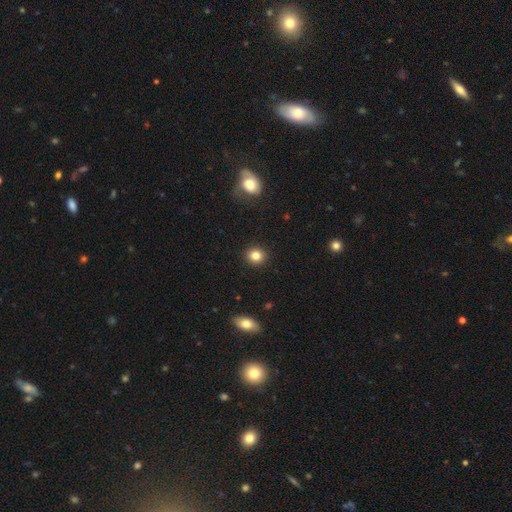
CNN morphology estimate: This appears to be a smooth galaxy with no disk features (83%) that is round (85%). Merging: none (92%).